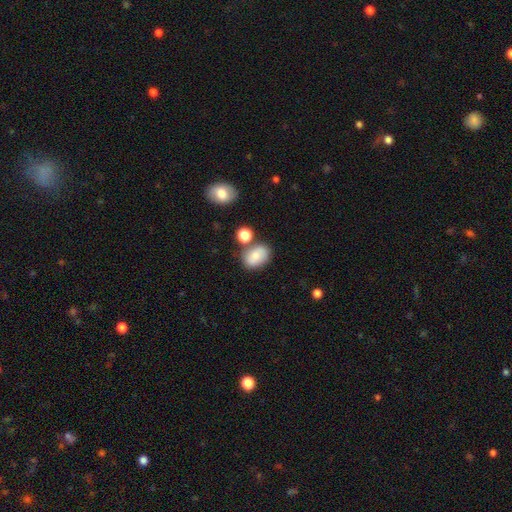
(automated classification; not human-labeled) Overall: smooth (80%). How rounded: in between (77%). Merging: none (66%).